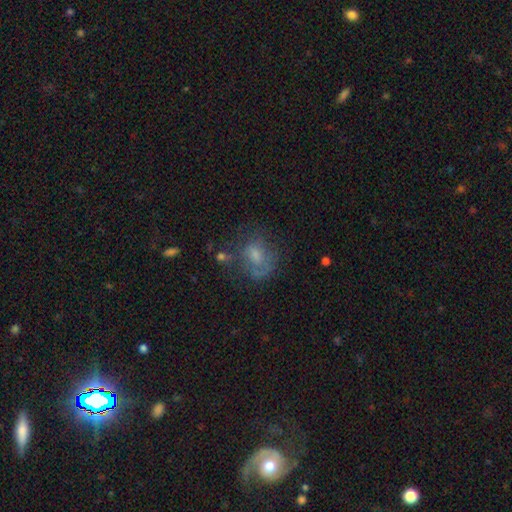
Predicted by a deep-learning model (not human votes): Smooth or featured? Predicted: smooth (p=0.43). Merging? Predicted: none (p=0.46).